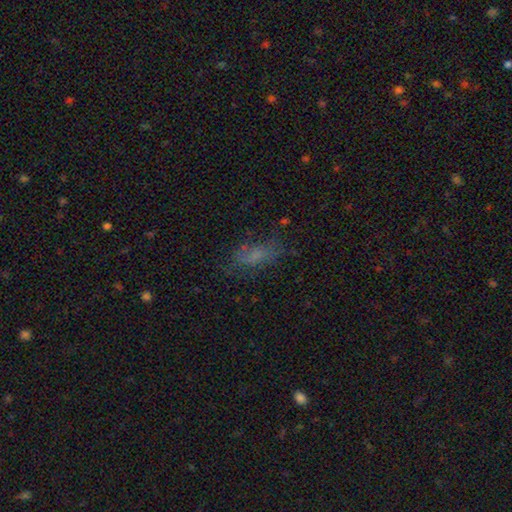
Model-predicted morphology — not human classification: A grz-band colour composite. It shows a smooth galaxy with no disk features (59%) that is in between round and cigar-shaped (76%). Merging: none (60%).